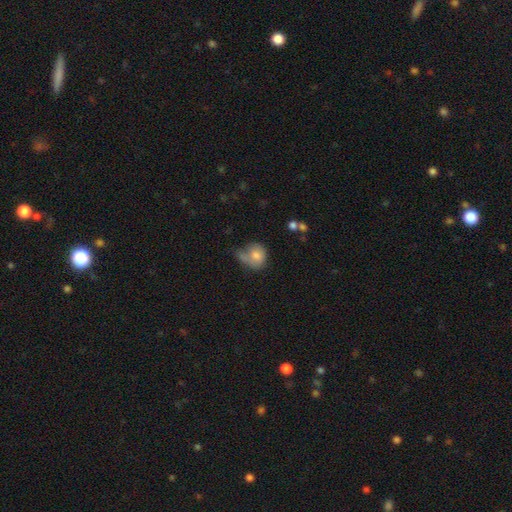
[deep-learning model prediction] Smooth or featured? smooth (71%)
How rounded? round (61%)
Merging? none (32%)